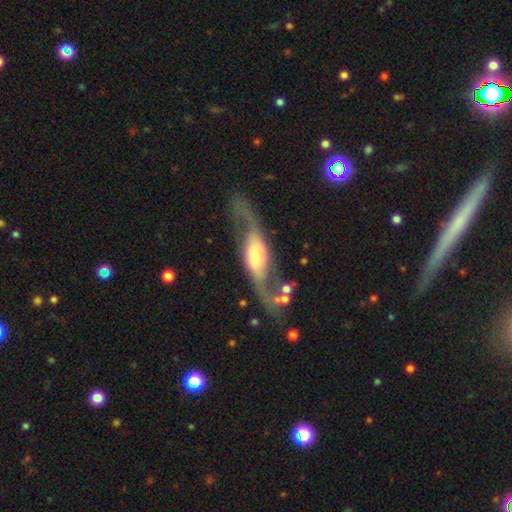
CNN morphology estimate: Smooth or featured: featured or disk — 71% (smooth — 23%)
Edge-on disk: no — 77% (yes — 23%)
Bar: no — 54% (weak — 27%)
Spiral arms: yes — 82% (no — 18%)
Bulge size: moderate — 42% (small — 27%)
Merging: none — 55% (major disturbance — 21%)